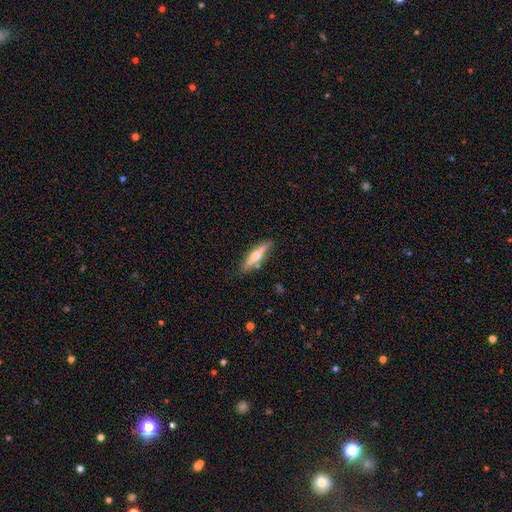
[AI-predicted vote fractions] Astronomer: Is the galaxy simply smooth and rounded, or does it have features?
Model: featured or disk — 50% (runner-up: smooth, 44%).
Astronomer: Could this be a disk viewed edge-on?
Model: yes — 89%.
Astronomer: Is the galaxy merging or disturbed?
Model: none — 80%.